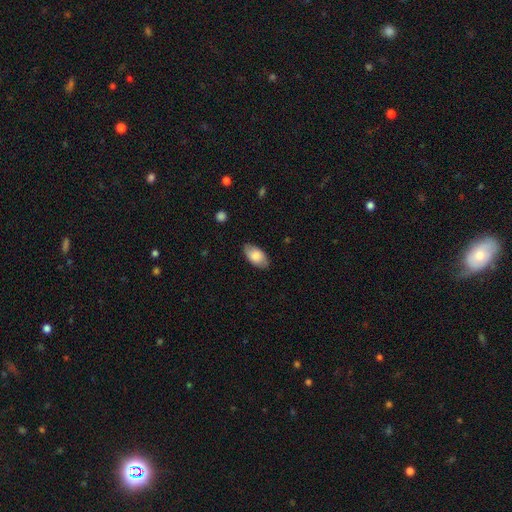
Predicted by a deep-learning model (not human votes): Smooth or featured? Predicted: smooth (p=0.80). How rounded? Predicted: in between (p=0.94). Merging? Predicted: none (p=0.84).